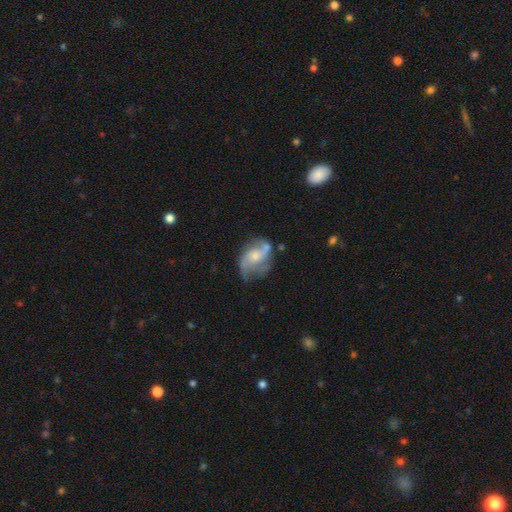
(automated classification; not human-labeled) Overall: featured or disk (79%). Edge-on disk: no (98%). Bar: no (62%; weak 32%). Spiral arms: yes (92%). Spiral arm count: 2 (59%; 3 21%). Spiral winding: loose (44%; medium 43%). Bulge size: small (46%; moderate 43%). Merging: none (57%; minor disturbance 24%).